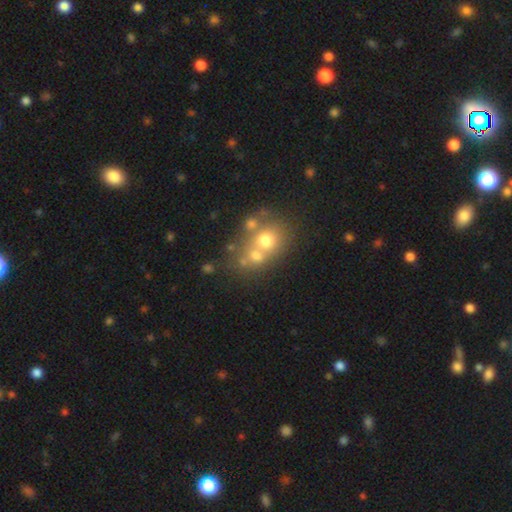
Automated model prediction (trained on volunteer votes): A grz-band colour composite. It shows a smooth galaxy with no disk features (60%) that is round (65%). Merging: merger (47%).